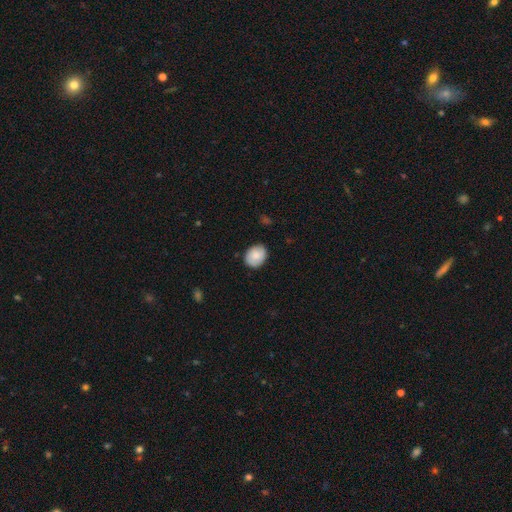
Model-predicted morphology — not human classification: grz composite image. It shows a smooth galaxy with no disk features (80%) that is round (51%). Merging: none (82%).